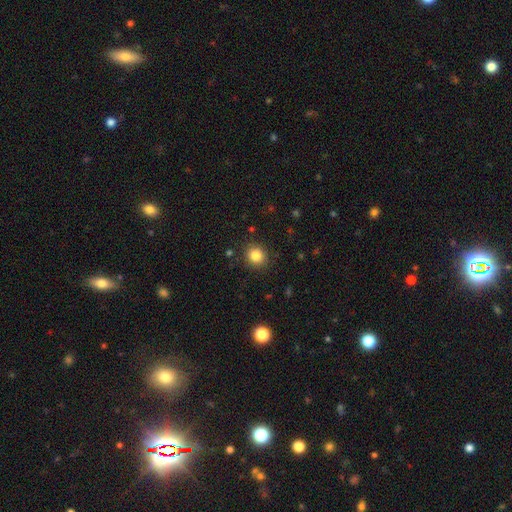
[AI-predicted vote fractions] Smooth or featured?
  - smooth: 84% *
  - star or artifact: 11%
  - featured or disk: 5%
How rounded?
  - round: 86% *
  - in between: 13%
  - cigar-shaped: 1%
Merging?
  - none: 89% *
  - minor disturbance: 7%
  - major disturbance: 2%
  - merger: 1%